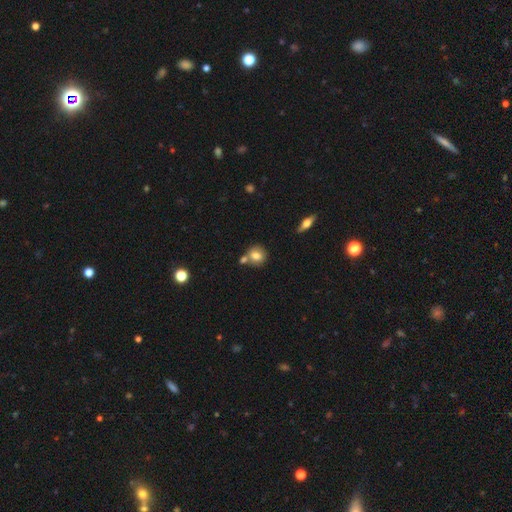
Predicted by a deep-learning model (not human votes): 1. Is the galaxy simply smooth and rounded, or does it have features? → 77% smooth, 13% featured or disk, 10% star or artifact.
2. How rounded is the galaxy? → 85% round, 14% in between, 1% cigar-shaped.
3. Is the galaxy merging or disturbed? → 63% none, 24% merger, 10% minor disturbance, 2% major disturbance.